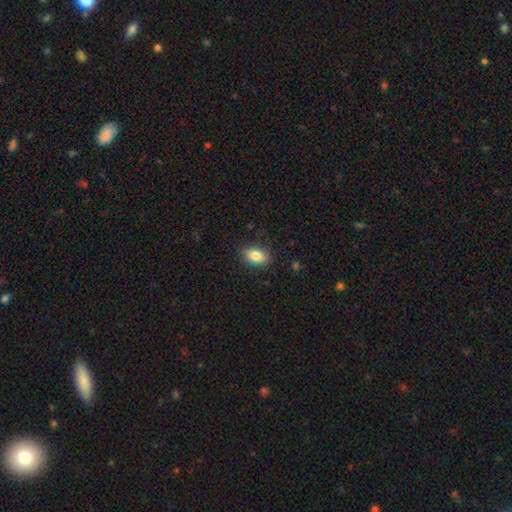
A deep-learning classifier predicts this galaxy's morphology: Smooth or featured? smooth (84%)
How rounded? in between (87%)
Merging? none (87%)